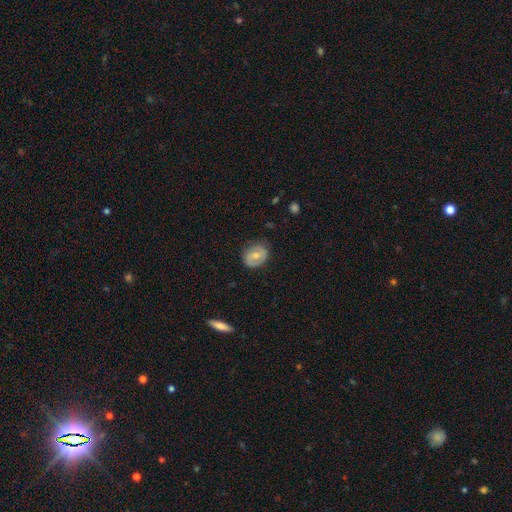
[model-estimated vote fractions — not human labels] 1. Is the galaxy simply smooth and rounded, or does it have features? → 54% smooth, 39% featured or disk, 7% star or artifact.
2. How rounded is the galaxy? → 59% round, 40% in between, 1% cigar-shaped.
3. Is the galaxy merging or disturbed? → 75% none, 19% minor disturbance, 5% major disturbance, 1% merger.